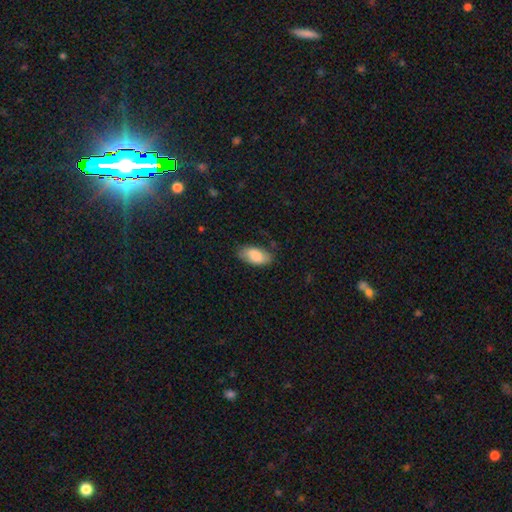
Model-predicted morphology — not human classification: Smooth or featured? Predicted: smooth (p=0.81). How rounded? Predicted: in between (p=0.93). Merging? Predicted: none (p=0.74).